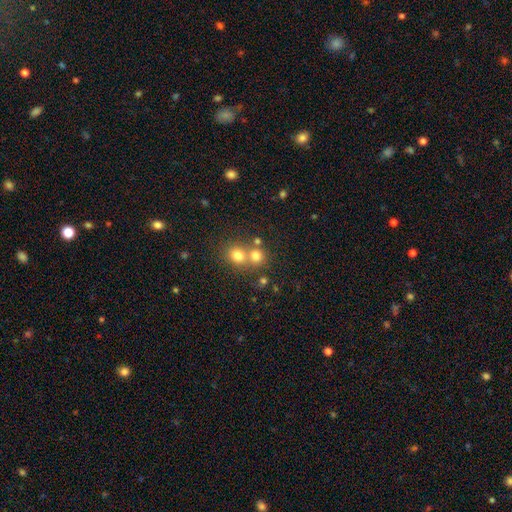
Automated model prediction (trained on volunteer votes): This is likely a smooth galaxy (74%). How rounded: clearly round (84%). Merging: possibly merger (46%).